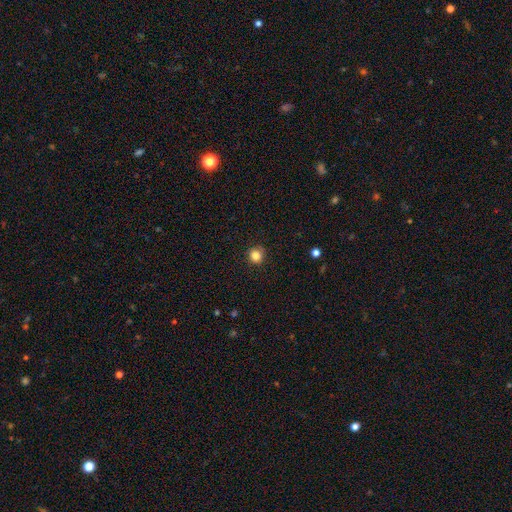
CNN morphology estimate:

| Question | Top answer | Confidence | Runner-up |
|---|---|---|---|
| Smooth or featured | smooth | 83% | star or artifact (12%) |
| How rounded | round | 93% | in between (6%) |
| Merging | none | 89% | minor disturbance (8%) |